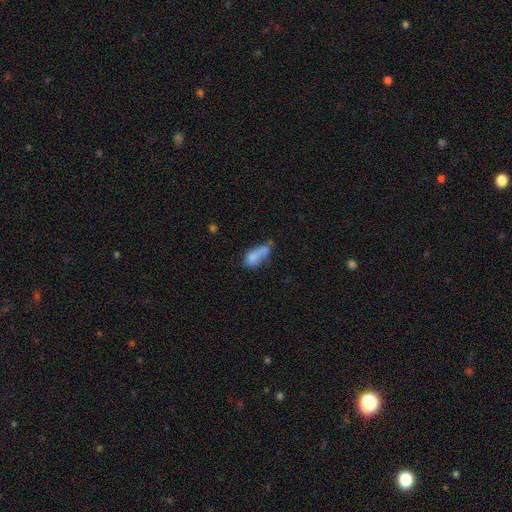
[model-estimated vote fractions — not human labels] A smooth galaxy with no disk features (74%) that is in between round and cigar-shaped (80%).

Vote fractions:
- Smooth or featured? smooth: 74% / featured or disk: 16% / star or artifact: 10%
- How rounded? in between: 80% / cigar-shaped: 16% / round: 4%
- Merging? none: 29% / minor disturbance: 28% / merger: 24% / major disturbance: 19%